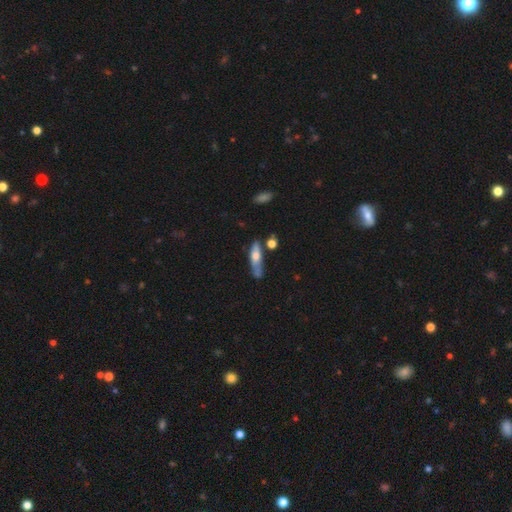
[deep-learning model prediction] Overall: smooth (54%; featured or disk 39%). How rounded: cigar-shaped (69%). Merging: none (53%; minor disturbance 25%).